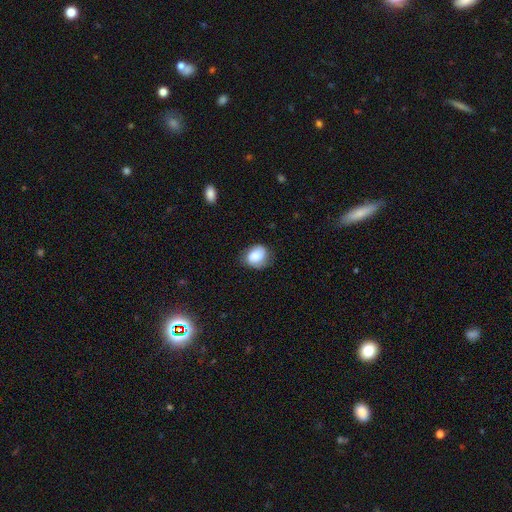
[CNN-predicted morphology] Overall: smooth (79%). How rounded: in between (52%; round 47%). Merging: none (64%; minor disturbance 27%).